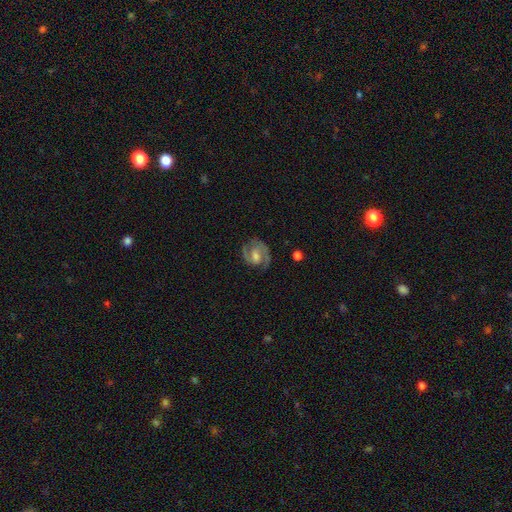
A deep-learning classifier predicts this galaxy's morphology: Overall: featured or disk (84%). Edge-on disk: no (98%). Bar: weak (52%; no 31%). Spiral arms: yes (96%). Spiral arm count: 2 (88%). Spiral winding: medium (54%; tight 34%). Bulge size: moderate (51%; small 28%). Merging: none (76%).